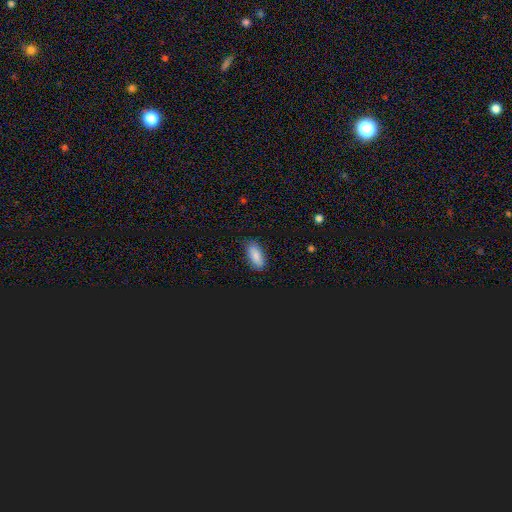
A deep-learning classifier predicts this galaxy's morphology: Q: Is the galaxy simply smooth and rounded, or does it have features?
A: smooth — 85%.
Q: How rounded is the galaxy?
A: in between — 85%.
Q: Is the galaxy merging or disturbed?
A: none — 80%.